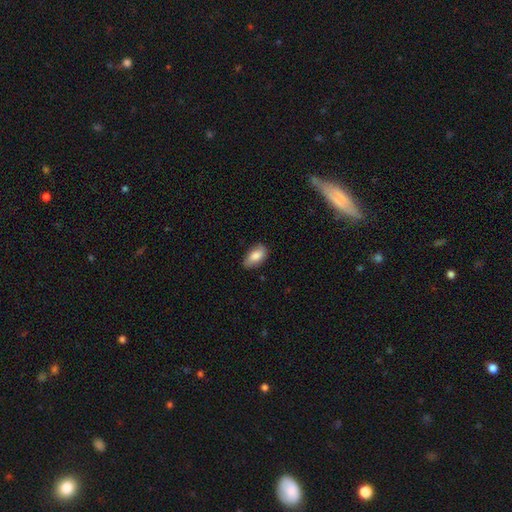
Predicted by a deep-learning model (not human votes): A smooth galaxy with no disk features (84%) that is in between round and cigar-shaped (93%). Merging: none (79%).